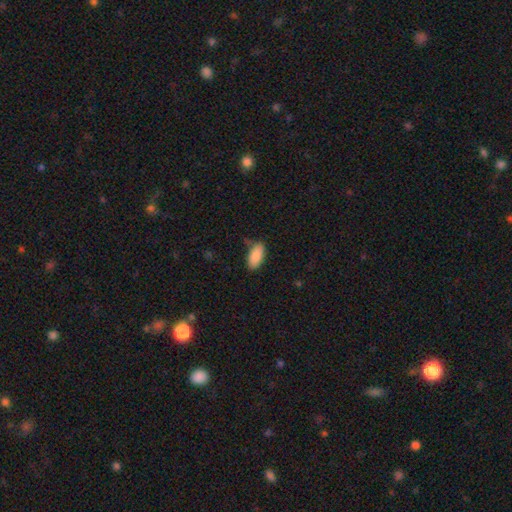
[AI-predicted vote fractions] A smooth galaxy with no disk features (88%) that is in between round and cigar-shaped (91%). Merging: none (74%).